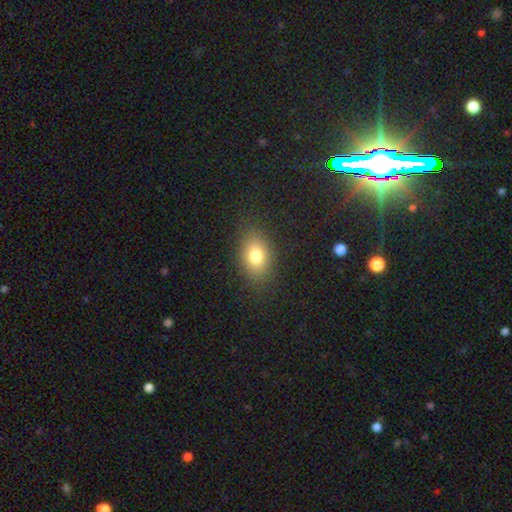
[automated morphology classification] Smooth or featured? smooth (78%)
How rounded? in between (75%)
Merging? none (84%)